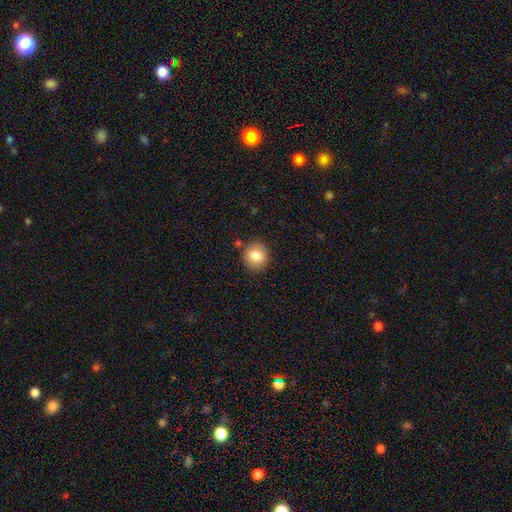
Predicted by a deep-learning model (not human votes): The model was most divided on "smooth or featured": smooth: 83%, star or artifact: 9%, featured or disk: 8%. More confident: how rounded — round (88%); merging — none (86%).